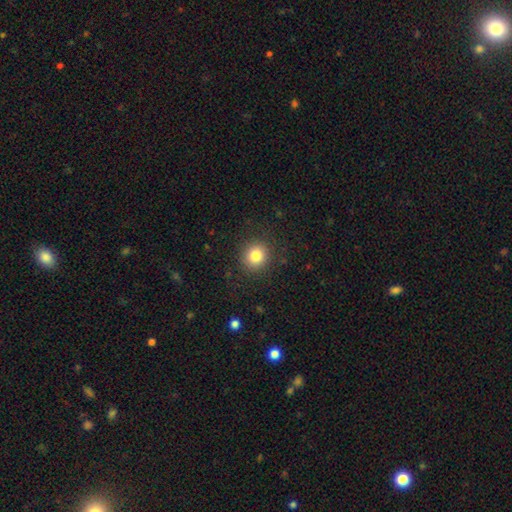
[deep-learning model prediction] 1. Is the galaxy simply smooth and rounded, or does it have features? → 82% smooth, 11% star or artifact, 7% featured or disk.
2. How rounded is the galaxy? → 88% round, 11% in between, 1% cigar-shaped.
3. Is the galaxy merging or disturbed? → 89% none, 7% minor disturbance, 3% major disturbance, 1% merger.